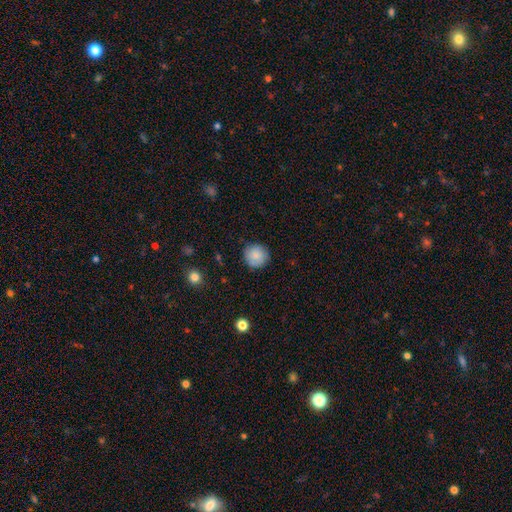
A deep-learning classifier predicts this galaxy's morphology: Smooth or featured? smooth (83%)
How rounded? round (94%)
Merging? none (84%)